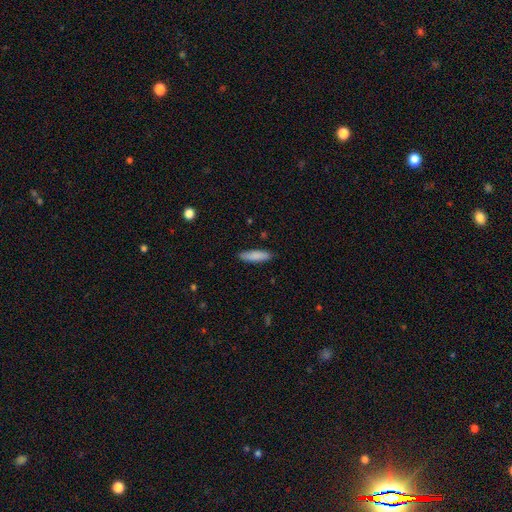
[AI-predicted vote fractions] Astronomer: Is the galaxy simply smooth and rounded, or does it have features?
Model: smooth — 86%.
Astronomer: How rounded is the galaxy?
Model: cigar-shaped — 66%.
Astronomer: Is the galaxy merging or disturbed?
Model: none — 86%.